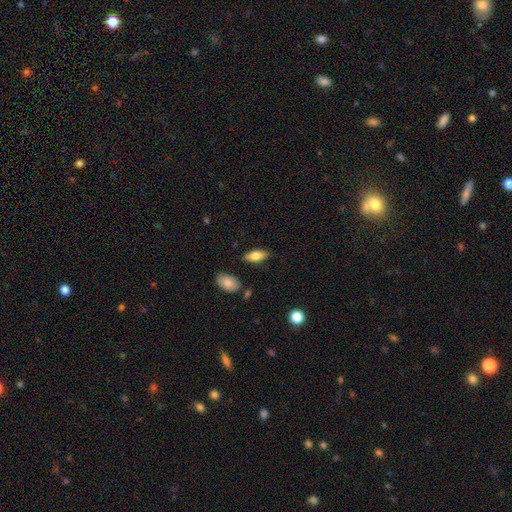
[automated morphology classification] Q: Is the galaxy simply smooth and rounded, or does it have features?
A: smooth — 76%.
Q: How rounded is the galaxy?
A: in between — 83%.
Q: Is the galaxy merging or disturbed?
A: none — 84%.